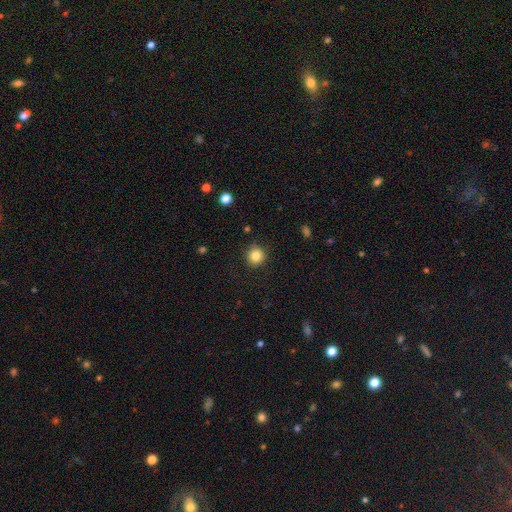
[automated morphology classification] Smooth or featured? Predicted: smooth (p=0.85). How rounded? Predicted: round (p=0.91). Merging? Predicted: none (p=0.87).